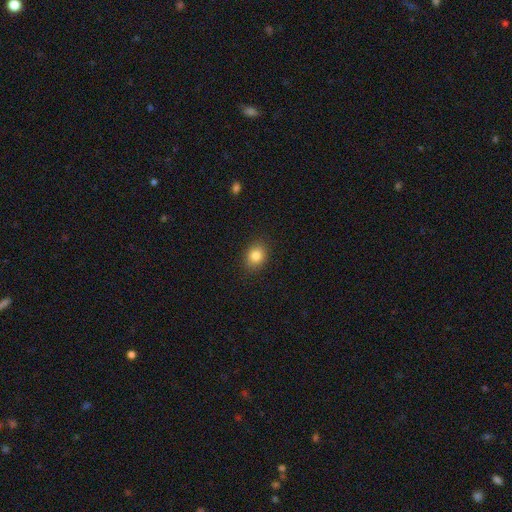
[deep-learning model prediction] Smooth or featured?
  - smooth: 83% *
  - star or artifact: 10%
  - featured or disk: 7%
How rounded?
  - in between: 50% *
  - round: 49%
  - cigar-shaped: 1%
Merging?
  - none: 89% *
  - minor disturbance: 8%
  - major disturbance: 2%
  - merger: 1%